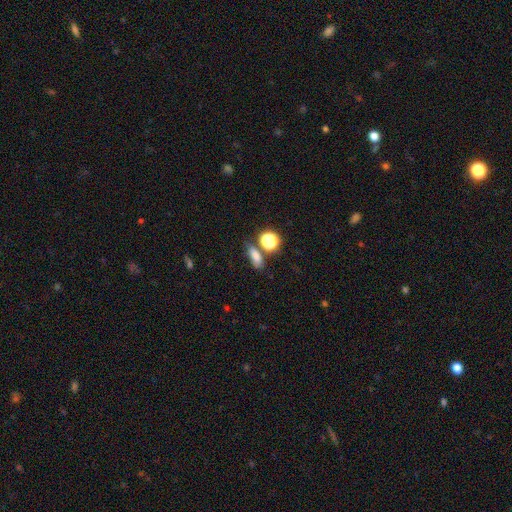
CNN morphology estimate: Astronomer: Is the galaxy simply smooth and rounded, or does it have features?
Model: smooth — 73%.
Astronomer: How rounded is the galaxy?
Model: in between — 67%.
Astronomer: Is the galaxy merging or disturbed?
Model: none — 64%.